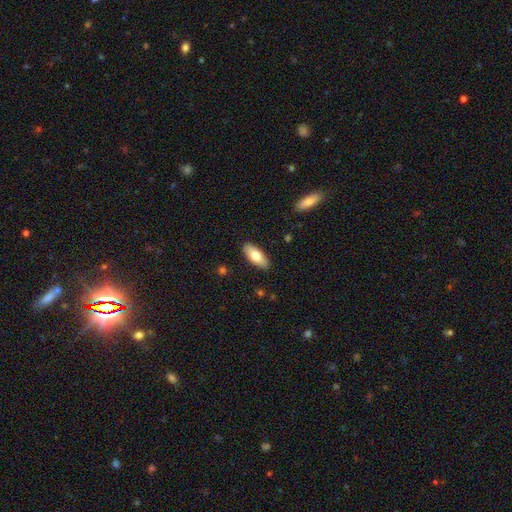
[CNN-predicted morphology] A smooth galaxy with no disk features (76%) that is in between round and cigar-shaped (84%).

Vote fractions:
- Smooth or featured? smooth: 76% / featured or disk: 18% / star or artifact: 6%
- How rounded? in between: 84% / cigar-shaped: 14% / round: 2%
- Merging? none: 89% / minor disturbance: 9% / major disturbance: 2% / merger: 1%